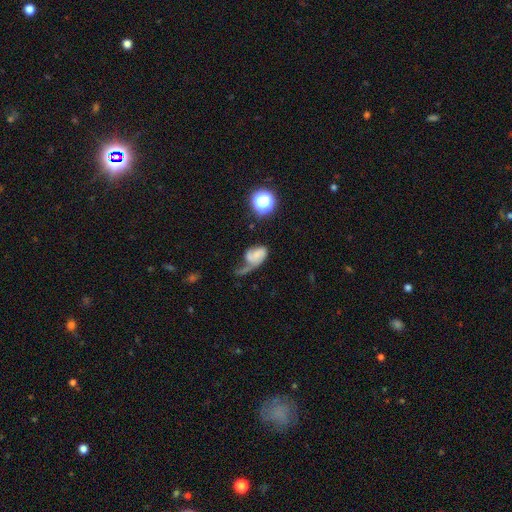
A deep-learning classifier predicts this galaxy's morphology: smooth_or_featured: featured or disk (p=0.45) [alt: smooth p=0.42]
merging: major disturbance (p=0.49) [alt: minor disturbance p=0.20]